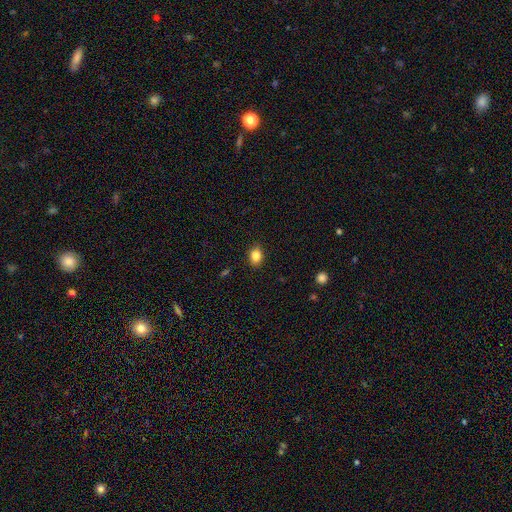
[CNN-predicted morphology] Smooth or featured?
  - smooth: 85% *
  - star or artifact: 10%
  - featured or disk: 5%
How rounded?
  - in between: 64% *
  - round: 35%
  - cigar-shaped: 1%
Merging?
  - none: 88% *
  - minor disturbance: 8%
  - major disturbance: 2%
  - merger: 1%